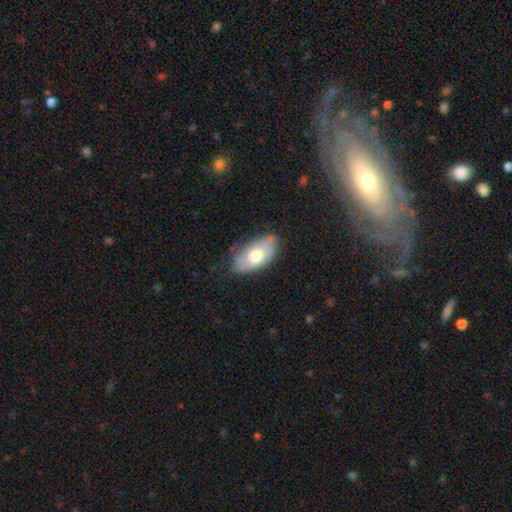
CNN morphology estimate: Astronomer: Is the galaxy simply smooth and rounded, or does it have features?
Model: smooth — 61%.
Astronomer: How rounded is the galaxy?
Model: in between — 93%.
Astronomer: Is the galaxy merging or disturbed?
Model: none — 68%.